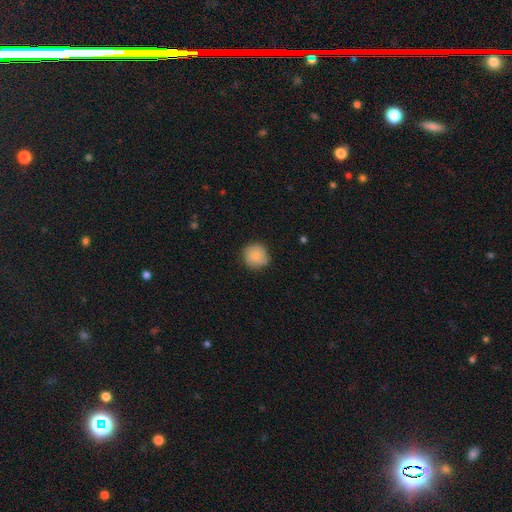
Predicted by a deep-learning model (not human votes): Q: Smooth or featured?
A: smooth (85%); runner-up: star or artifact (7%)
Q: How rounded?
A: round (90%); runner-up: in between (9%)
Q: Merging?
A: none (81%); runner-up: minor disturbance (15%)